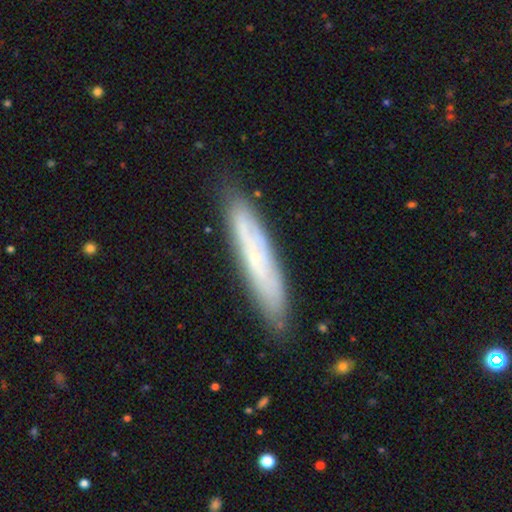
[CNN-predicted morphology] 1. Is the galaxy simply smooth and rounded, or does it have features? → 57% featured or disk, 36% smooth, 7% star or artifact.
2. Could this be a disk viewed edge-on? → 59% yes, 41% no.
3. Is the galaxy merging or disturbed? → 84% none, 12% minor disturbance, 2% major disturbance, 2% merger.